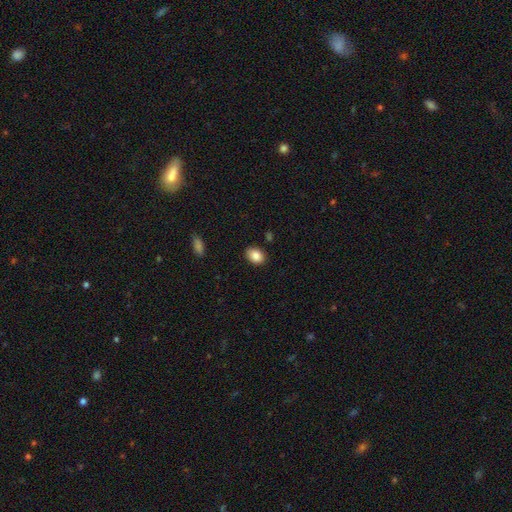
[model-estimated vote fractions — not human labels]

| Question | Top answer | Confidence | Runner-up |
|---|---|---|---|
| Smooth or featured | smooth | 87% | star or artifact (8%) |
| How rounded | in between | 74% | round (25%) |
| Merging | none | 86% | minor disturbance (10%) |